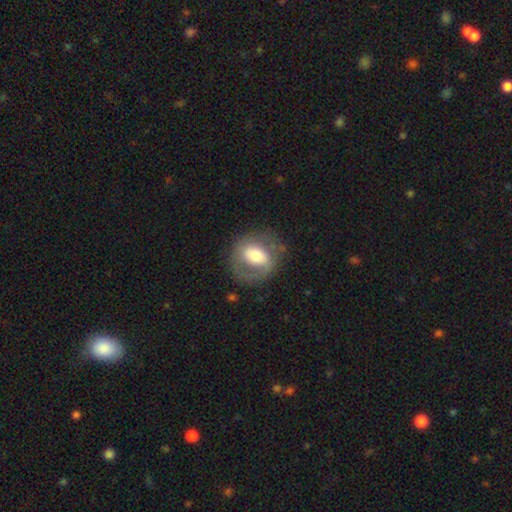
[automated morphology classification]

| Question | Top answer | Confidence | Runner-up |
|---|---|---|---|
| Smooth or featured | featured or disk | 51% | smooth (42%) |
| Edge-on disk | no | 95% | yes (5%) |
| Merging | none | 67% | minor disturbance (18%) |